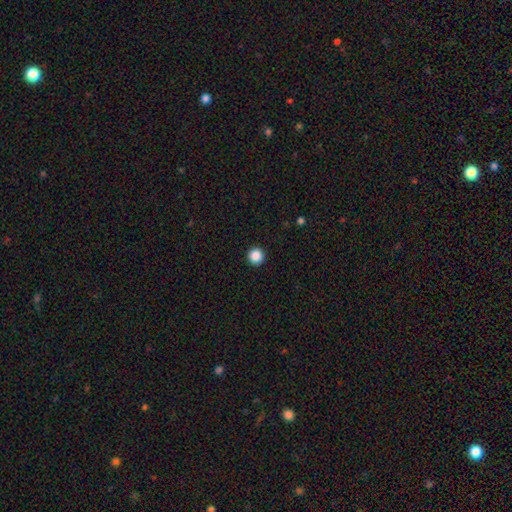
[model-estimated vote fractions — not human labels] Smooth or featured: smooth — 87% (star or artifact — 10%)
How rounded: round — 96% (in between — 3%)
Merging: none — 94% (minor disturbance — 4%)